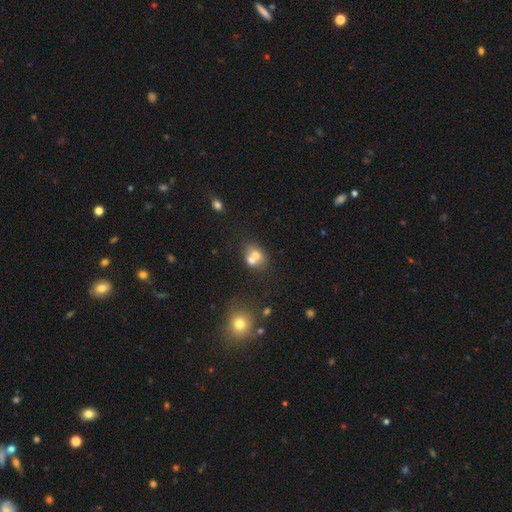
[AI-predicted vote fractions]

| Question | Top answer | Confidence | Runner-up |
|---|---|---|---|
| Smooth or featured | smooth | 64% | featured or disk (23%) |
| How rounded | round | 59% | in between (40%) |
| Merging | merger | 57% | none (31%) |